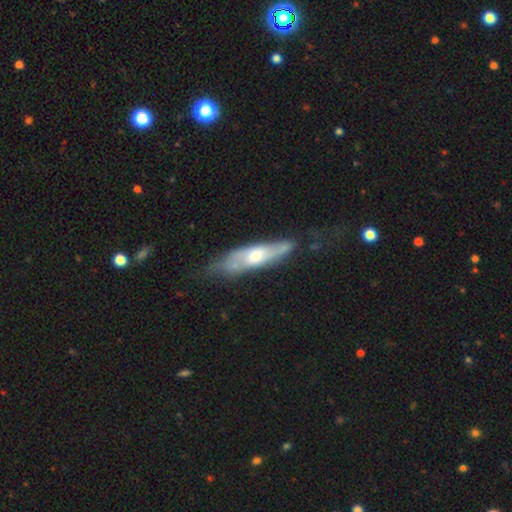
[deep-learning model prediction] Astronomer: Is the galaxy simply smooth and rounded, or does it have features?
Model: featured or disk — 62%.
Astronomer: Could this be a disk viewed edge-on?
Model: no — 52% (runner-up: yes, 48%).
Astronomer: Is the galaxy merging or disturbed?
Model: none — 58%.